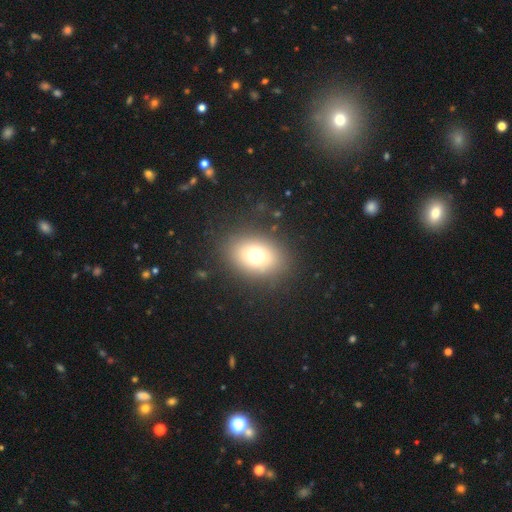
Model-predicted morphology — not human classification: This is likely a smooth galaxy (69%). How rounded: possibly in between (59%). Merging: clearly none (84%).